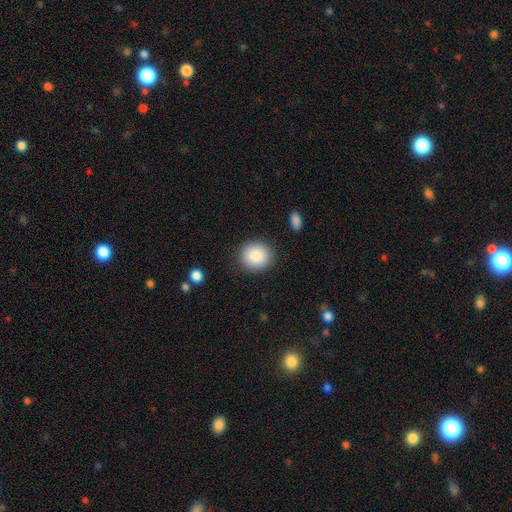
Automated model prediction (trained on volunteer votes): Smooth or featured?
  - smooth: 87% *
  - star or artifact: 8%
  - featured or disk: 6%
How rounded?
  - round: 83% *
  - in between: 16%
  - cigar-shaped: 1%
Merging?
  - none: 89% *
  - minor disturbance: 7%
  - major disturbance: 2%
  - merger: 1%